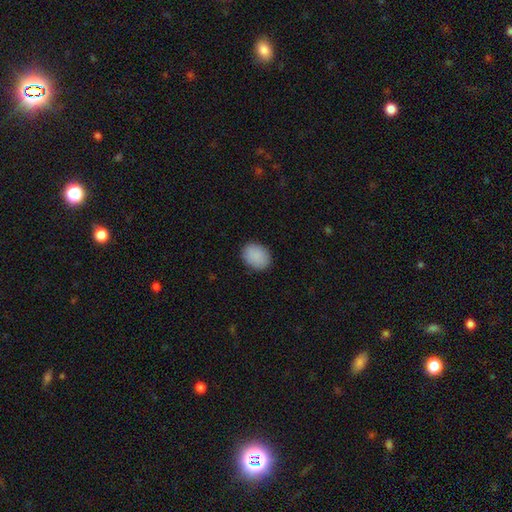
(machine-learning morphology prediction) smooth 89%, star or artifact 7%, featured or disk 4%. Down the decision tree: how rounded — in between (53%); merging — none (87%).